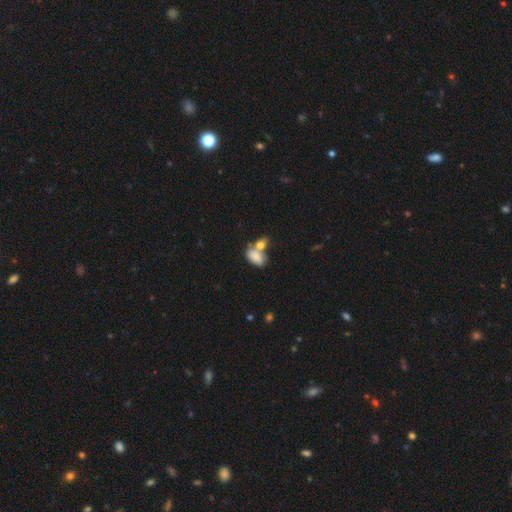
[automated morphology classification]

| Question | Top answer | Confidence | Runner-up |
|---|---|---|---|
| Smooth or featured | smooth | 83% | featured or disk (9%) |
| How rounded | in between | 92% | round (5%) |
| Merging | merger | 51% | none (33%) |